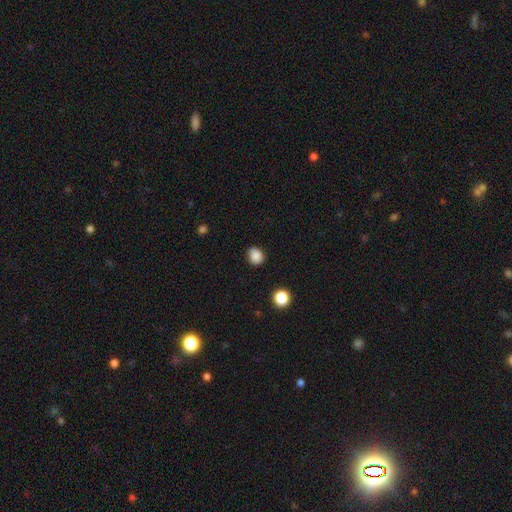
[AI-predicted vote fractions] This is clearly a smooth galaxy (86%). How rounded: likely round (66%). Merging: clearly none (81%).